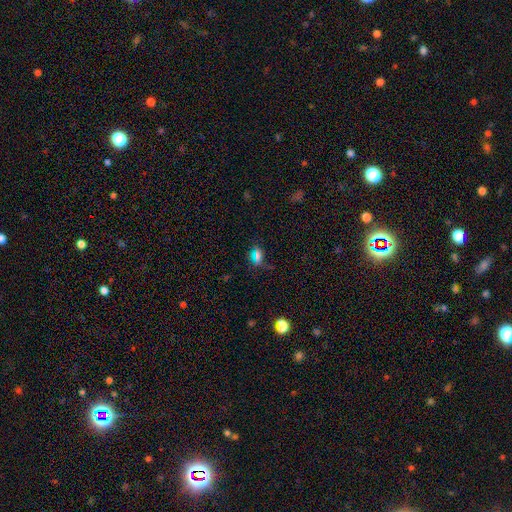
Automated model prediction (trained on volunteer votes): This is possibly a smooth galaxy (49%). Merging: likely none (76%).